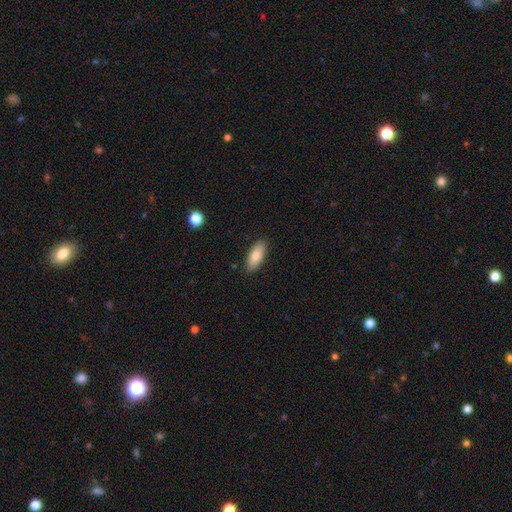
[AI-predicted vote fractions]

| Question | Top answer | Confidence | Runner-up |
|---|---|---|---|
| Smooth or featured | smooth | 81% | featured or disk (12%) |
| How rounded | in between | 78% | cigar-shaped (19%) |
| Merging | none | 88% | minor disturbance (8%) |